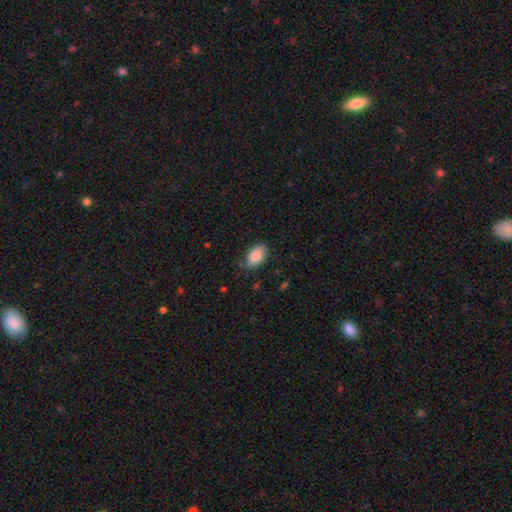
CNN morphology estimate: The model was most divided on "merging": none: 76%, minor disturbance: 19%, major disturbance: 4%, merger: 1%. More confident: how rounded — in between (92%); smooth or featured — smooth (85%).